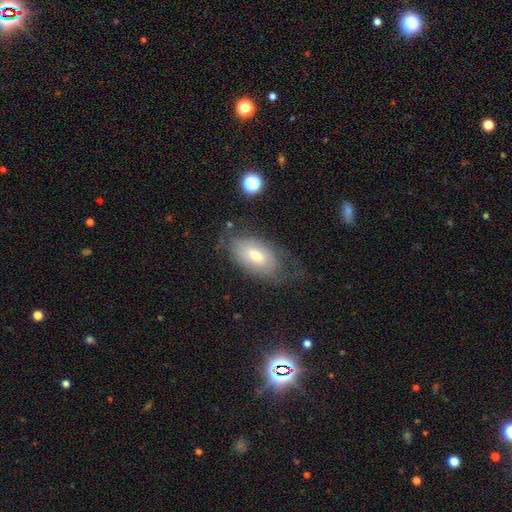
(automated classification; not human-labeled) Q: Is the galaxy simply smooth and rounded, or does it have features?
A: smooth — 53%.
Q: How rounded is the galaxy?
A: in between — 91%.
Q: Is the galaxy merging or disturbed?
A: none — 56%.